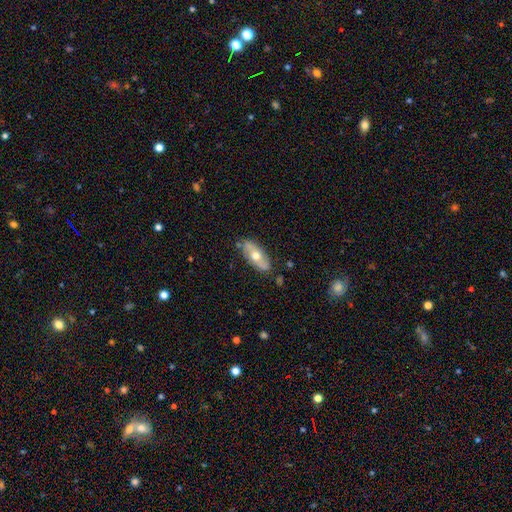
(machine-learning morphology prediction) Smooth or featured? Predicted: featured or disk (p=0.48). Merging? Predicted: none (p=0.81).